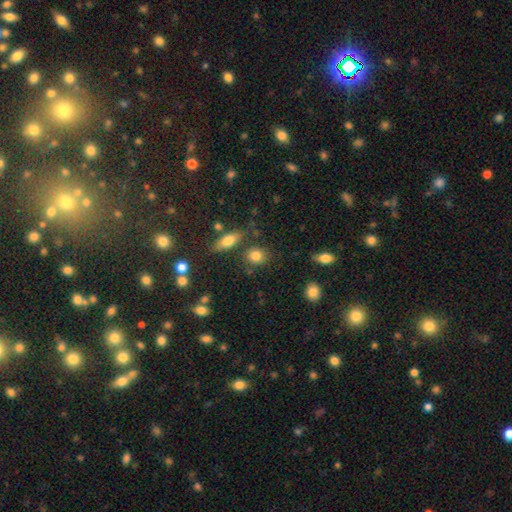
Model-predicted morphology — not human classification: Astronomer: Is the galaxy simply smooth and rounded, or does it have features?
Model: smooth — 82%.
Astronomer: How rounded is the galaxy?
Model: round — 67%.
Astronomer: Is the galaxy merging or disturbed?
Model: none — 77%.